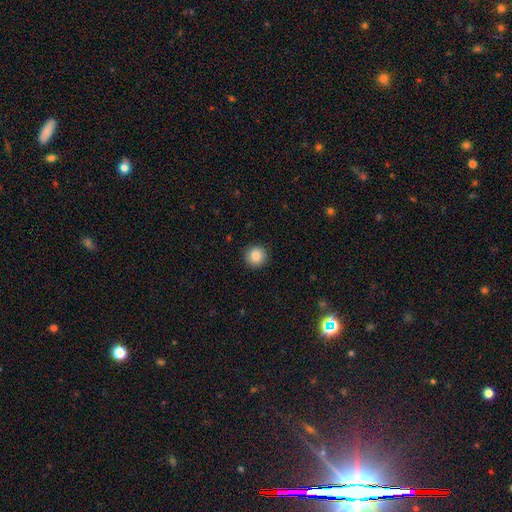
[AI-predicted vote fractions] Smooth or featured: smooth — 87% (star or artifact — 9%)
How rounded: round — 94% (in between — 6%)
Merging: none — 91% (minor disturbance — 6%)